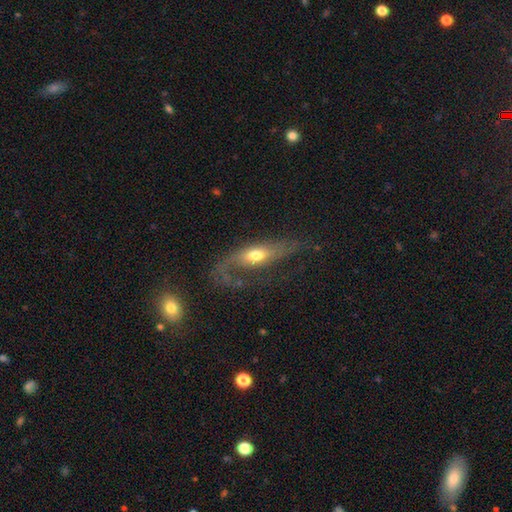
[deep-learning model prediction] This appears to be a featured or disk galaxy (54%). Merging: none (43%).